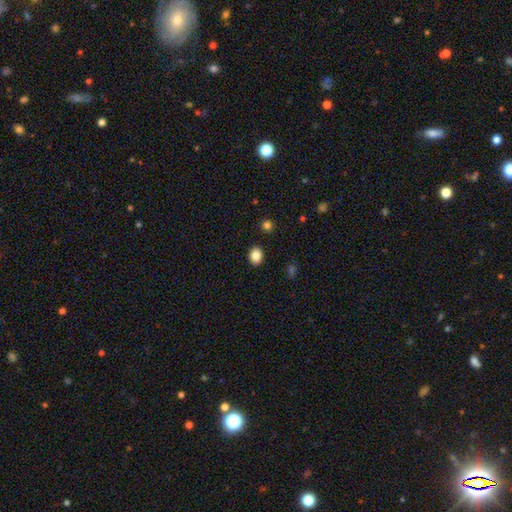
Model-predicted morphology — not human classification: type=smooth (86%); roundness=in between (55%); merging=none (90%).